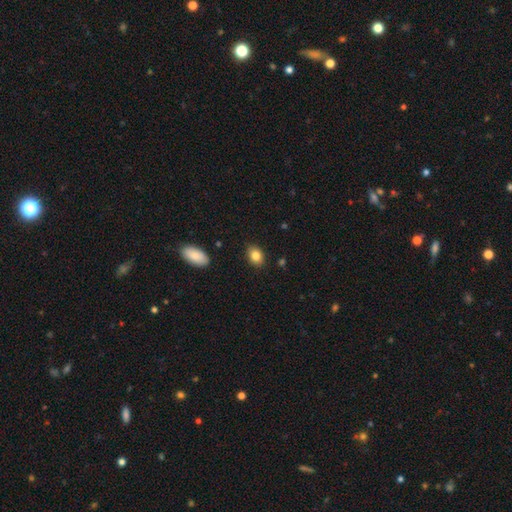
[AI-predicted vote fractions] This is clearly a smooth galaxy (84%). How rounded: likely in between (73%). Merging: clearly none (87%).